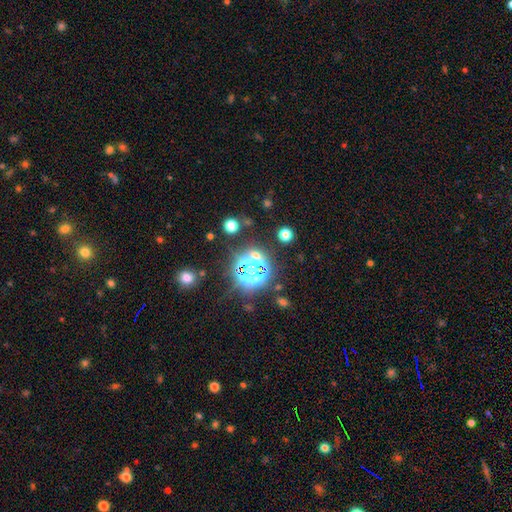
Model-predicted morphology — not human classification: Smooth or featured? star or artifact (65%)